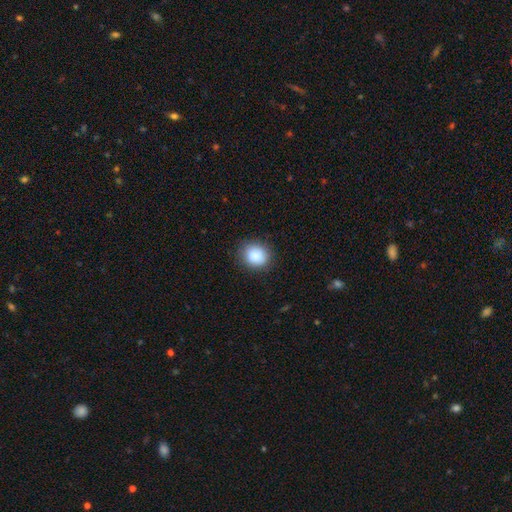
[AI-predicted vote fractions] Smooth or featured? smooth (88%)
How rounded? round (69%)
Merging? none (85%)